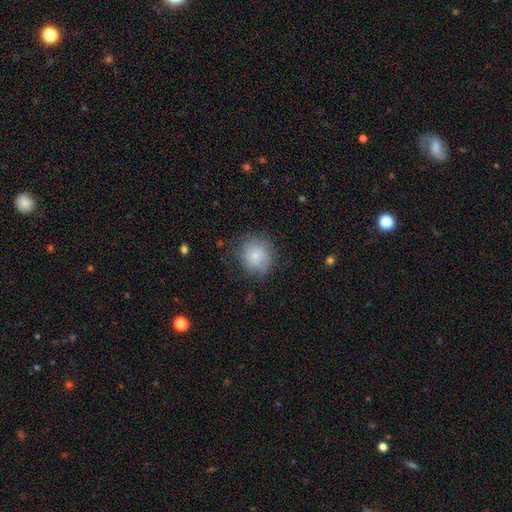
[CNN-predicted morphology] The model was most divided on "merging": none: 71%, minor disturbance: 20%, major disturbance: 8%, merger: 2%. More confident: how rounded — round (85%); smooth or featured — smooth (75%).